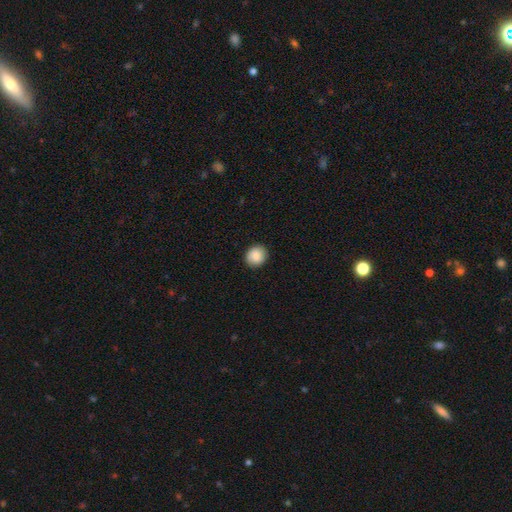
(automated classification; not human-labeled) Smooth or featured?
  - smooth: 86% *
  - star or artifact: 8%
  - featured or disk: 6%
How rounded?
  - round: 78% *
  - in between: 21%
  - cigar-shaped: 1%
Merging?
  - none: 89% *
  - minor disturbance: 8%
  - major disturbance: 2%
  - merger: 1%